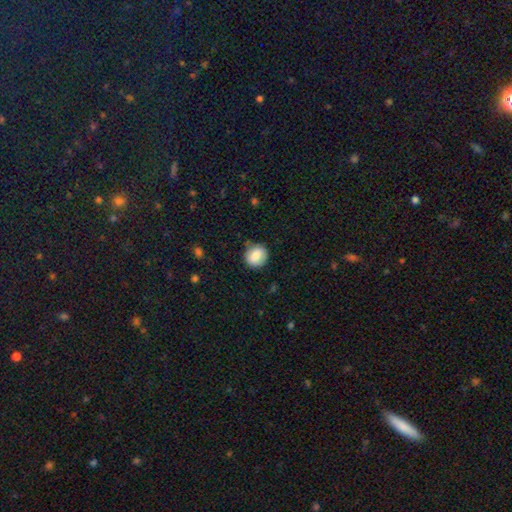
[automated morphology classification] type=smooth (84%); roundness=round (78%); merging=none (79%).